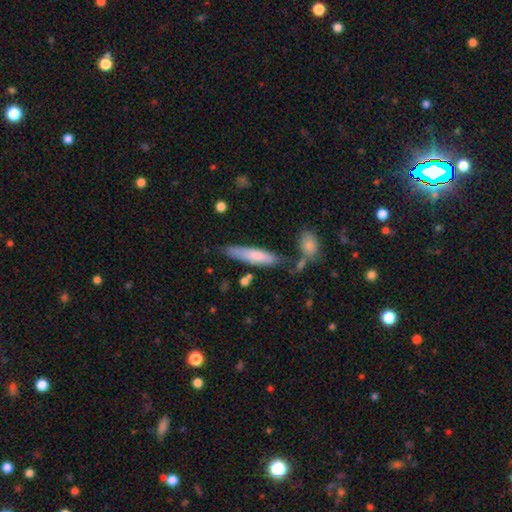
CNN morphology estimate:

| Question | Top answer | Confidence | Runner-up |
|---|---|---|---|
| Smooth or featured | smooth | 72% | featured or disk (22%) |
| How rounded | cigar-shaped | 80% | in between (19%) |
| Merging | none | 68% | minor disturbance (19%) |